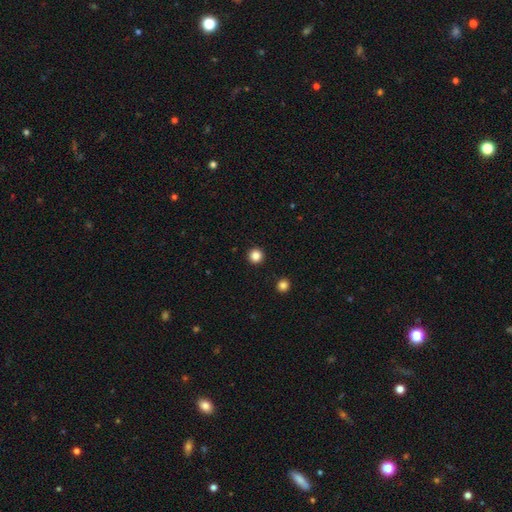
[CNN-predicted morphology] Overall: smooth (85%). How rounded: round (96%). Merging: none (94%).